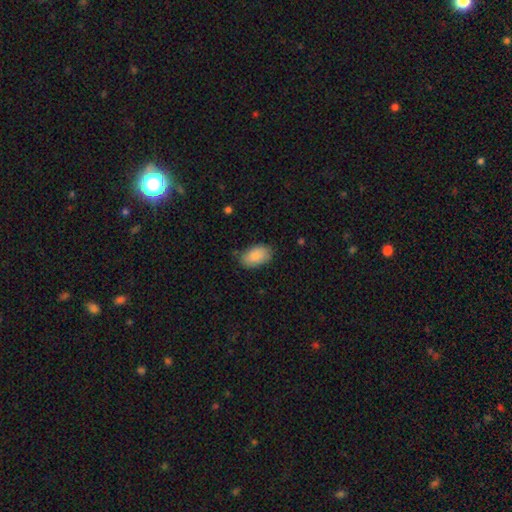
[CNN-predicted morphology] A smooth galaxy with no disk features (85%) that is in between round and cigar-shaped (93%). Merging: none (78%).